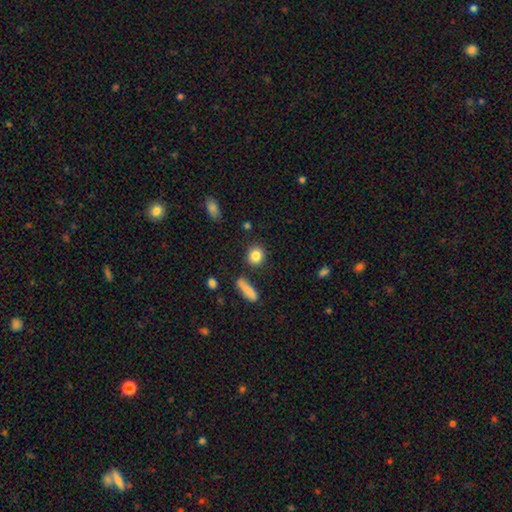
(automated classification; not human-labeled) A smooth galaxy with no disk features (84%) that is round (78%).

Vote fractions:
- Smooth or featured? smooth: 84% / star or artifact: 9% / featured or disk: 7%
- How rounded? round: 78% / in between: 19% / cigar-shaped: 2%
- Merging? none: 84% / minor disturbance: 9% / merger: 4% / major disturbance: 3%